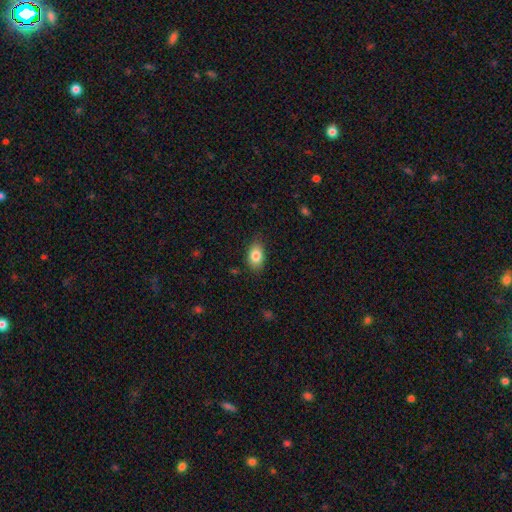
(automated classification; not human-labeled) Smooth or featured? smooth (83%)
How rounded? in between (88%)
Merging? none (81%)